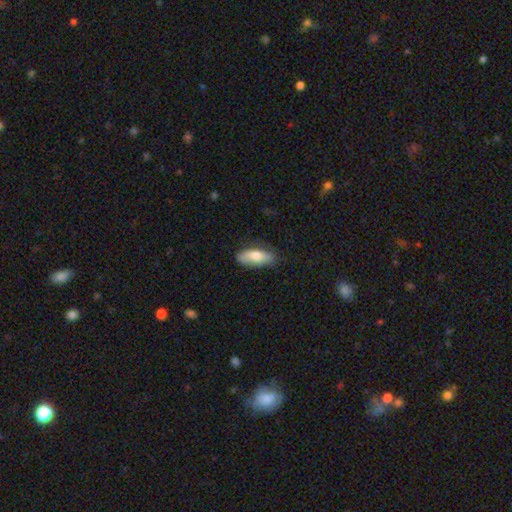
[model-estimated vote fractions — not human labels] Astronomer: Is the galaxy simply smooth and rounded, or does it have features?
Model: smooth — 72%.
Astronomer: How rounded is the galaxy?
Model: in between — 74%.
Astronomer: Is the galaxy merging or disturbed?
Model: none — 75%.